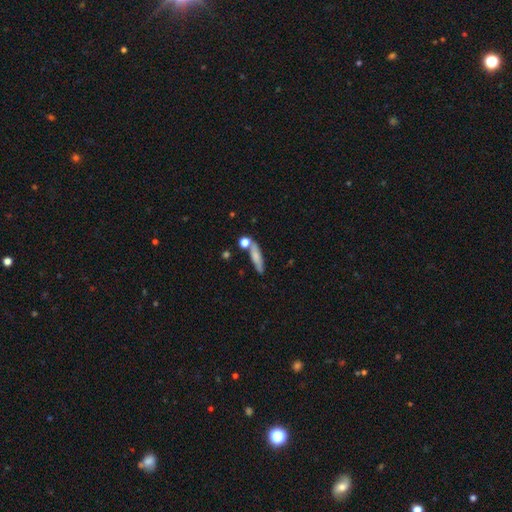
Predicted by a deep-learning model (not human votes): Morphology: type=smooth (71%); roundness=cigar-shaped (69%); merging=none (66%).